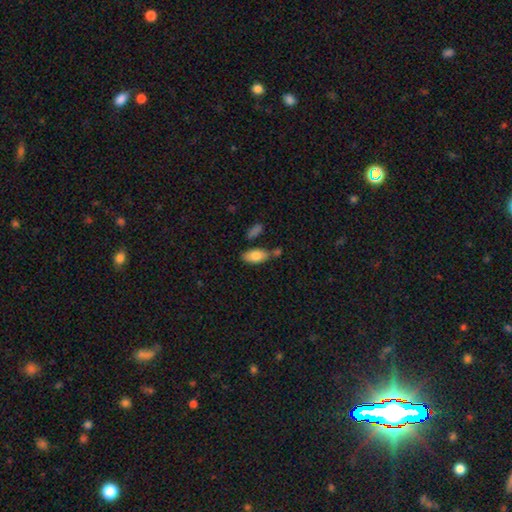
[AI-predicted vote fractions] Smooth or featured? smooth (81%)
How rounded? in between (89%)
Merging? none (64%)